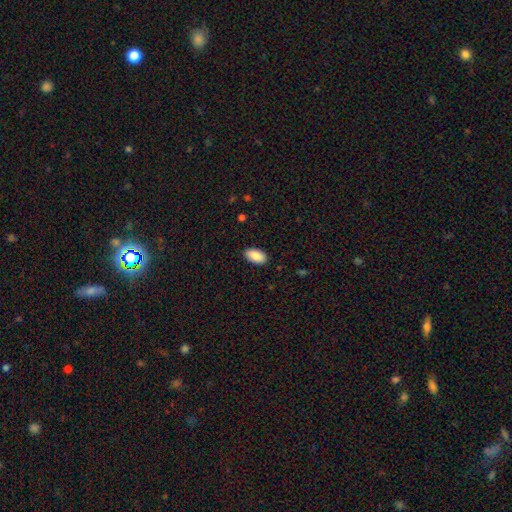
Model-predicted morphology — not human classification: type=smooth (88%); roundness=in between (95%); merging=none (90%).